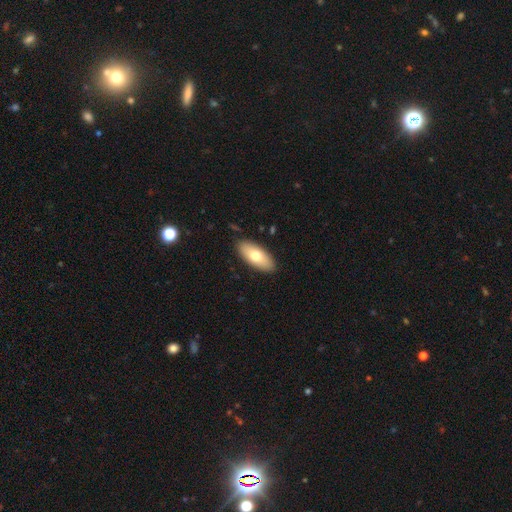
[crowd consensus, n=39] This is likely a smooth galaxy (79%). How rounded: clearly in between (87%). Merging: clearly none (92%).